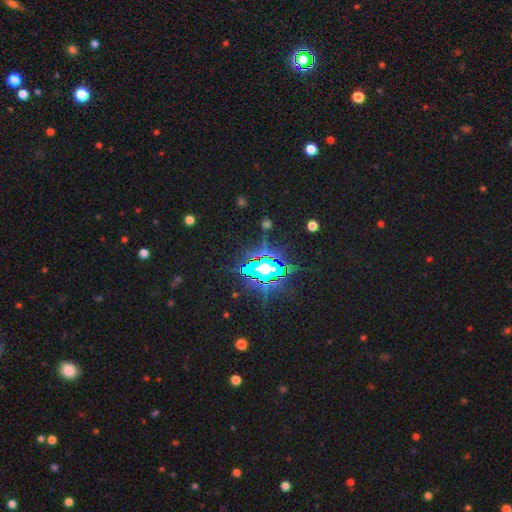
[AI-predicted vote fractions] smooth-or-featured: star or artifact: 78% | smooth: 12% | featured or disk: 10%